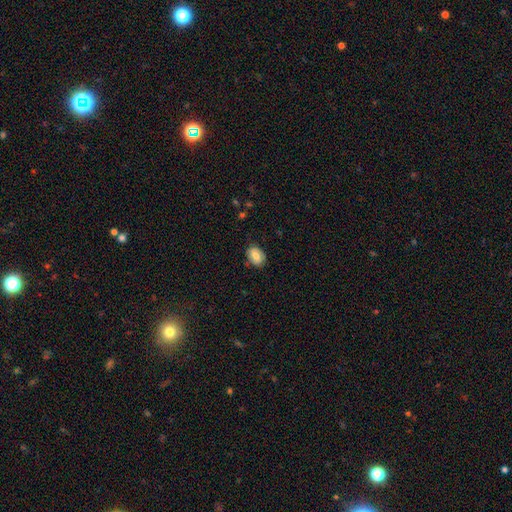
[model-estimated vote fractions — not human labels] A smooth galaxy with no disk features (75%) that is in between round and cigar-shaped (74%). Merging: none (79%).